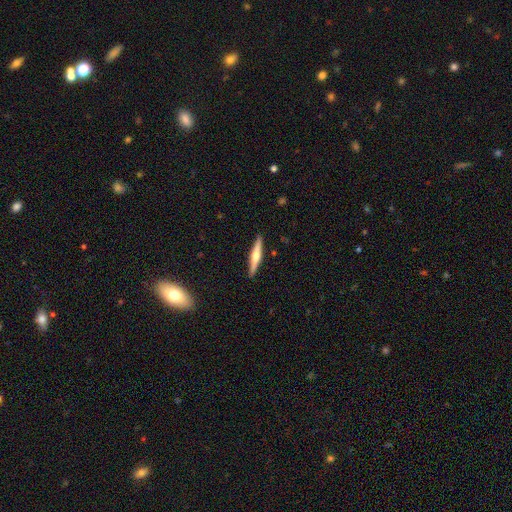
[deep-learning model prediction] The model was most divided on "smooth or featured": featured or disk: 63%, smooth: 32%, star or artifact: 5%. More confident: edge-on disk — yes (97%); merging — none (91%); edge-on bulge — rounded (83%).